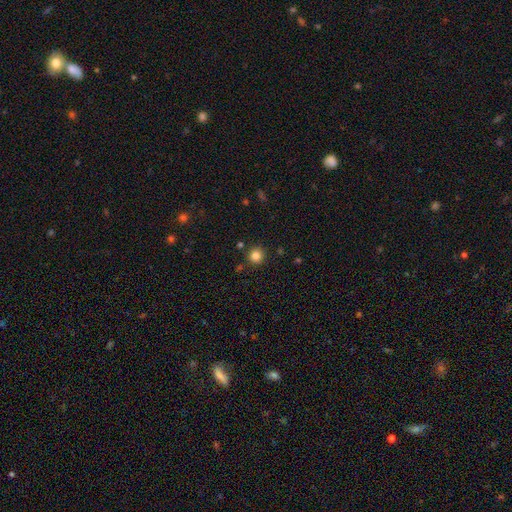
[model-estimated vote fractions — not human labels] Morphology: type=smooth (82%); roundness=round (94%); merging=none (89%).